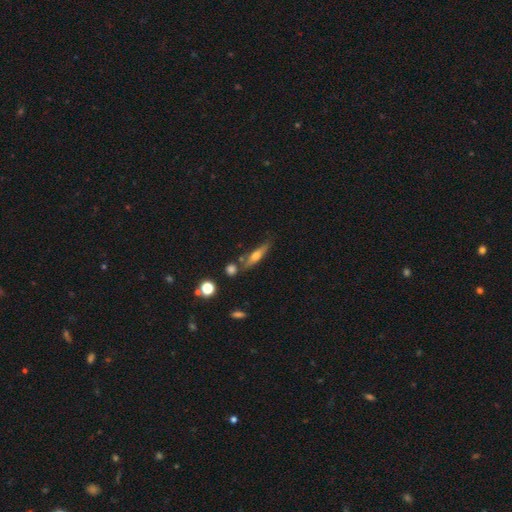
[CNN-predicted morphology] A smooth galaxy with no disk features (47%).

Vote fractions:
- Smooth or featured? smooth: 47% / featured or disk: 45% / star or artifact: 8%
- Merging? none: 69% / minor disturbance: 16% / merger: 11% / major disturbance: 4%